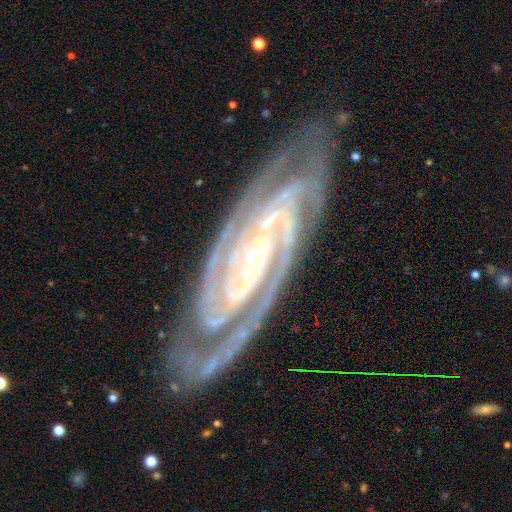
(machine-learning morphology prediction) Smooth or featured? Predicted: featured or disk (p=0.93). Edge-on disk? Predicted: no (p=0.93). Bar? Predicted: strong (p=0.47). Spiral arms? Predicted: yes (p=0.99). Spiral winding? Predicted: tight (p=0.72). Spiral arm count? Predicted: 2 (p=0.40). Bulge size? Predicted: small (p=0.79). Merging? Predicted: none (p=0.81).